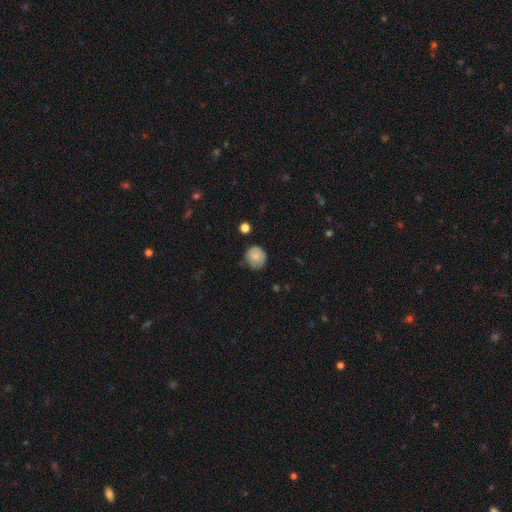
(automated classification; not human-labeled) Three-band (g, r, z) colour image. It shows a smooth galaxy with no disk features (79%) that is round (81%). Merging: none (61%).